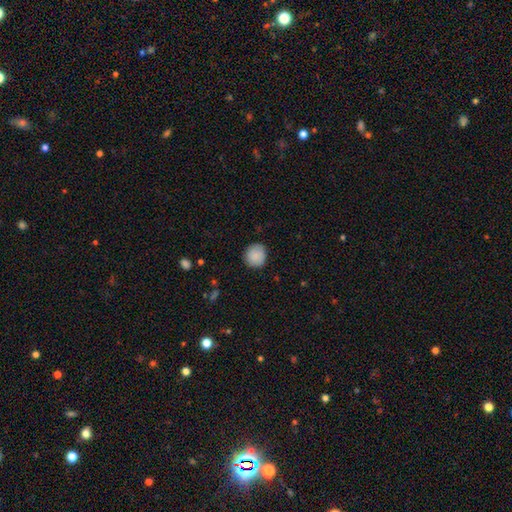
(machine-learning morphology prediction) Smooth or featured?
  - smooth: 88% *
  - star or artifact: 7%
  - featured or disk: 5%
How rounded?
  - round: 90% *
  - in between: 9%
  - cigar-shaped: 1%
Merging?
  - none: 86% *
  - minor disturbance: 11%
  - major disturbance: 2%
  - merger: 1%